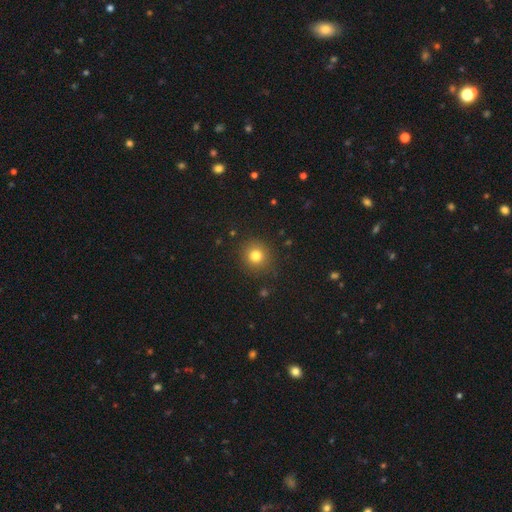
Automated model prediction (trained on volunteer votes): Overall: smooth (80%). How rounded: round (91%). Merging: none (89%).